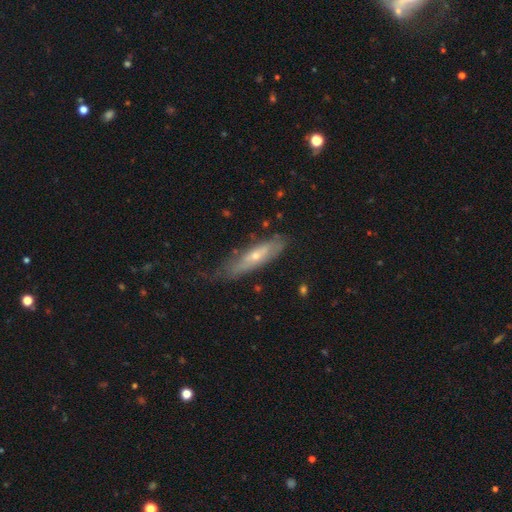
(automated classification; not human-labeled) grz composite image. It shows a featured or disk galaxy (54%). Merging: none (56%).